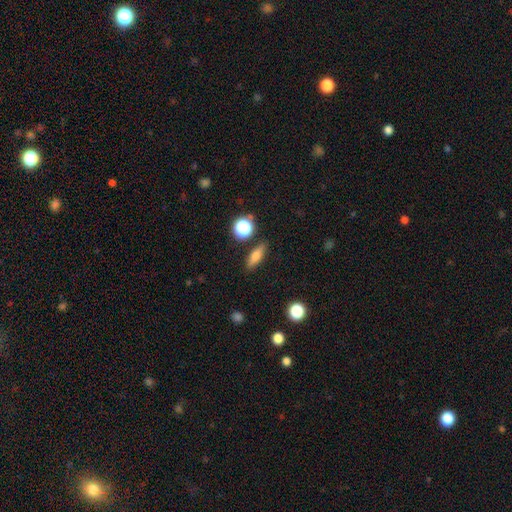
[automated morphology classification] smooth_or_featured: smooth (p=0.70) [alt: featured or disk p=0.19]
how_rounded: in between (p=0.46) [alt: cigar-shaped p=0.44]
merging: none (p=0.86) [alt: minor disturbance p=0.09]